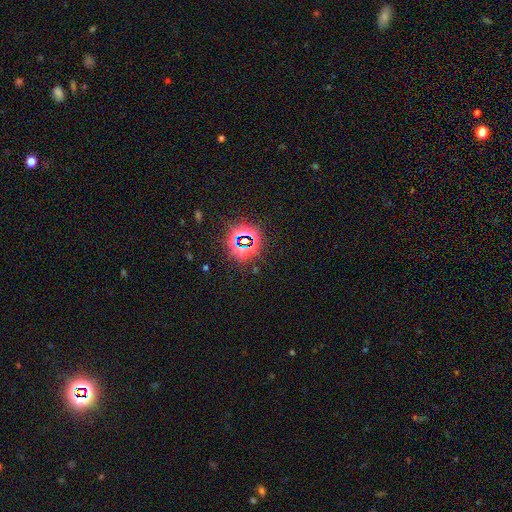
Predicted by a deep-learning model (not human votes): Overall: star or artifact (81%).